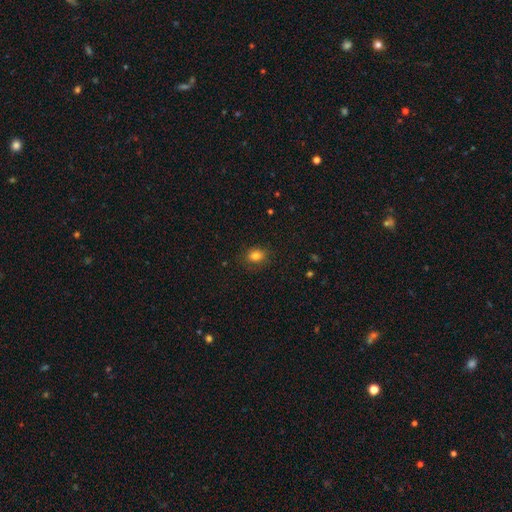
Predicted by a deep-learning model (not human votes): smooth_or_featured: smooth (p=0.82) [alt: star or artifact p=0.12]
how_rounded: in between (p=0.53) [alt: round p=0.45]
merging: none (p=0.82) [alt: minor disturbance p=0.13]